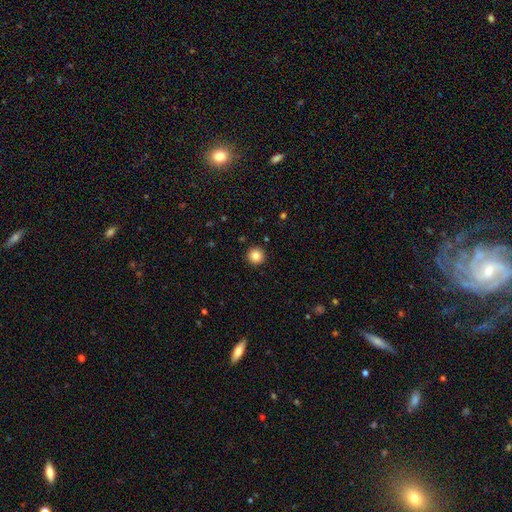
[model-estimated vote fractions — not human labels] This is clearly a smooth galaxy (85%). How rounded: clearly round (96%). Merging: clearly none (93%).